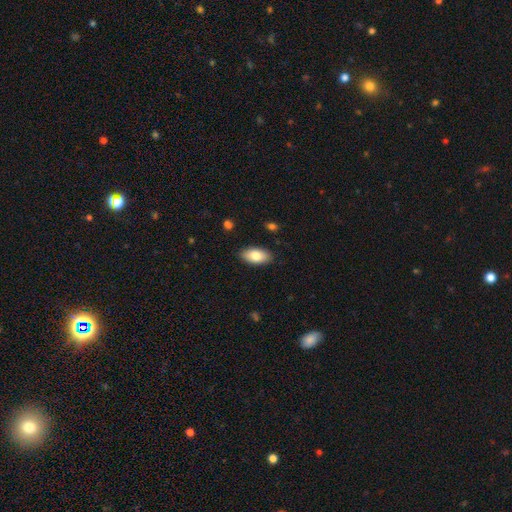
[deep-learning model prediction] Morphology: type=smooth (83%); roundness=in between (93%); merging=none (88%).